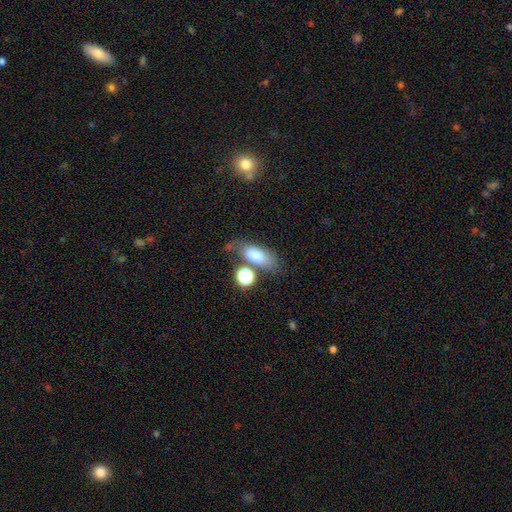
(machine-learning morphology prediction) This is likely a smooth galaxy (74%). How rounded: likely in between (78%). Merging: possibly none (53%).